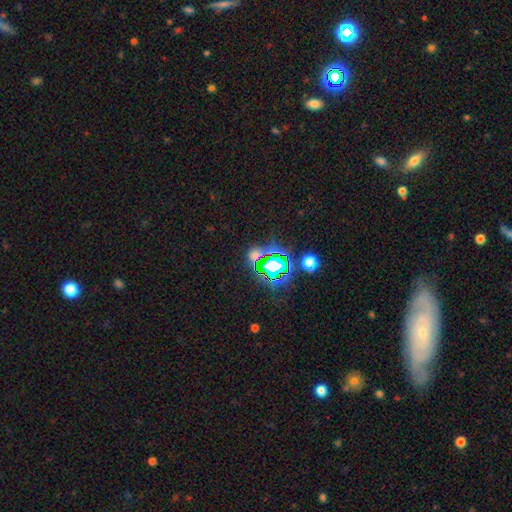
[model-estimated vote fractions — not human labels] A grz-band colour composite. It shows a star or artifact, not a galaxy (62%).